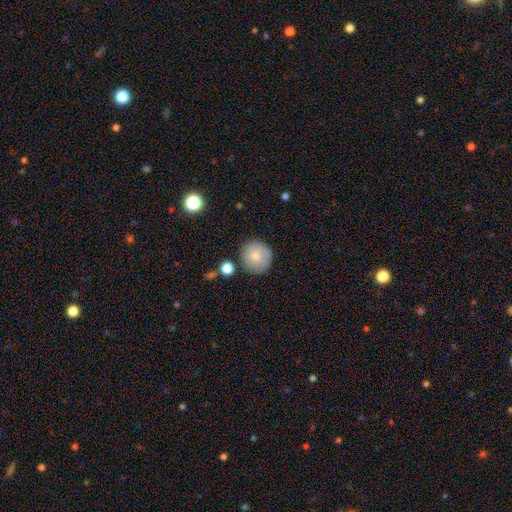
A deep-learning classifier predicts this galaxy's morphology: smooth 80%, featured or disk 12%, star or artifact 8%. Down the decision tree: how rounded — round (93%); merging — none (83%).